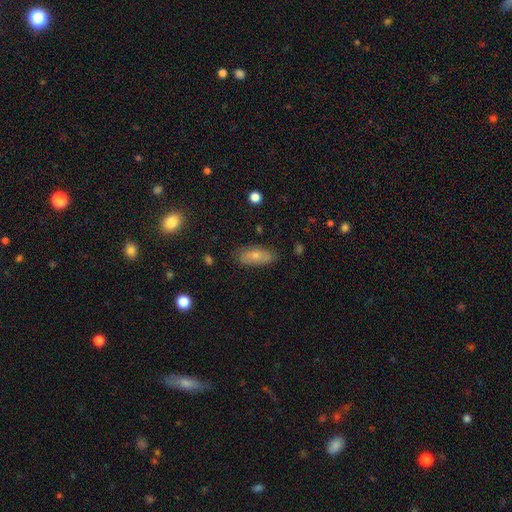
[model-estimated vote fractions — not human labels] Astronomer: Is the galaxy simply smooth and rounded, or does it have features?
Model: smooth — 67%.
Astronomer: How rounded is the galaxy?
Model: in between — 85%.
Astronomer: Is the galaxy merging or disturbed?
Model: none — 78%.